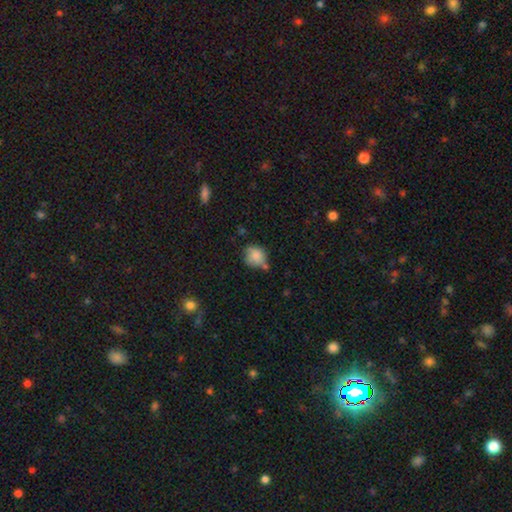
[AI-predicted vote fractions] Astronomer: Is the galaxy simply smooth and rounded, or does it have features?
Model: smooth — 78%.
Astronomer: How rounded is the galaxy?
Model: round — 73%.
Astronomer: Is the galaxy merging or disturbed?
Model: none — 51% (runner-up: minor disturbance, 28%).